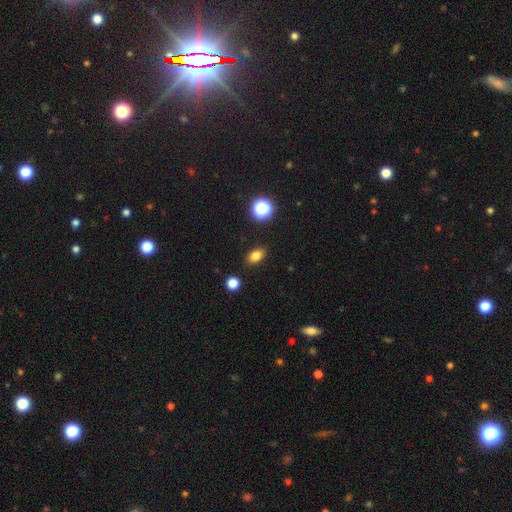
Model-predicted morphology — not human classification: smooth-or-featured: smooth: 81% | star or artifact: 12% | featured or disk: 7%
  how-rounded: in between: 82% | round: 15% | cigar-shaped: 2%
  merging: none: 88% | minor disturbance: 8% | major disturbance: 2% | merger: 2%